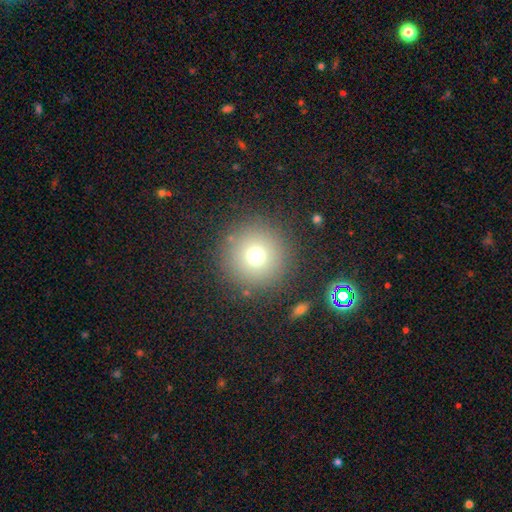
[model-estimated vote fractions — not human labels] Overall: smooth (72%). How rounded: round (96%). Merging: none (87%).